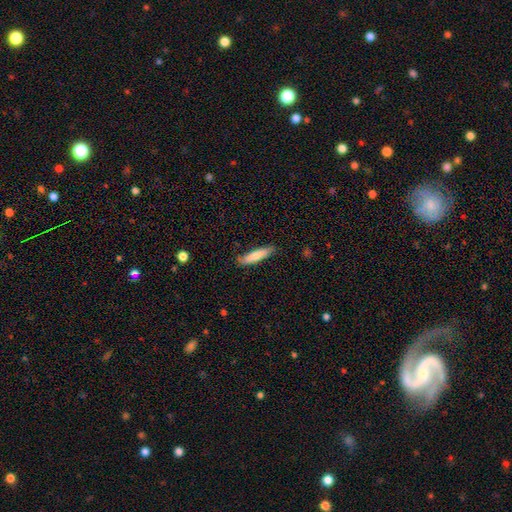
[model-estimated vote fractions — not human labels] Morphology: type=smooth (77%); roundness=cigar-shaped (79%); merging=none (79%).